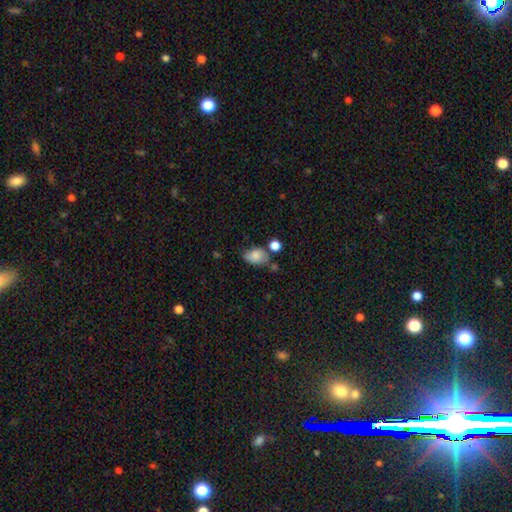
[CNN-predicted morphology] This appears to be a smooth galaxy with no disk features (79%) that is in between round and cigar-shaped (82%). Merging: none (51%).